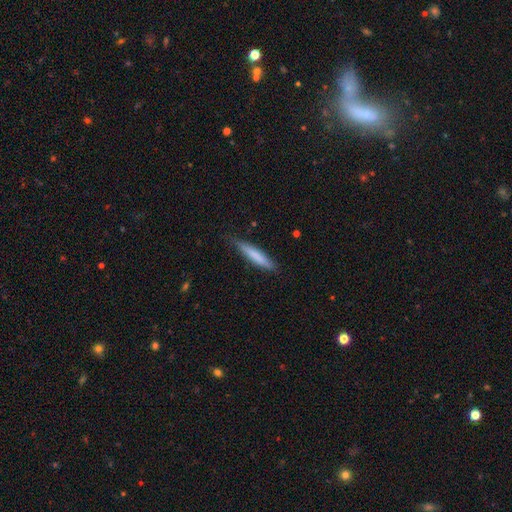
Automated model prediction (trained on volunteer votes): smooth-or-featured: smooth: 74% | featured or disk: 21% | star or artifact: 6%
  how-rounded: cigar-shaped: 90% | in between: 9% | round: 1%
  merging: none: 80% | minor disturbance: 16% | major disturbance: 3% | merger: 1%